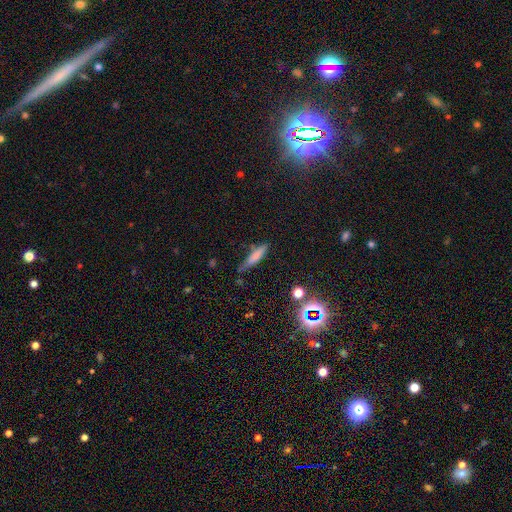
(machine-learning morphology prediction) Smooth or featured: smooth — 67% (featured or disk — 21%)
How rounded: cigar-shaped — 78% (in between — 19%)
Merging: none — 59% (minor disturbance — 29%)